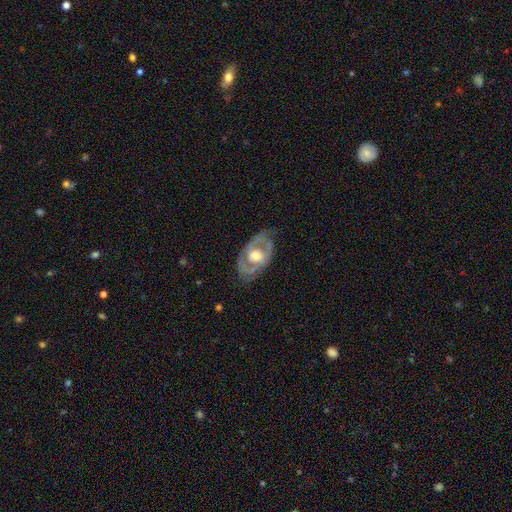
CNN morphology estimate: The model was most divided on "spiral winding": medium: 46%, tight: 39%, loose: 15%. More confident: edge-on disk — no (94%); smooth or featured — featured or disk (81%); spiral arms — yes (77%); spiral arm count — 2 (77%); merging — none (71%); bulge size — moderate (68%); bar — no (61%).